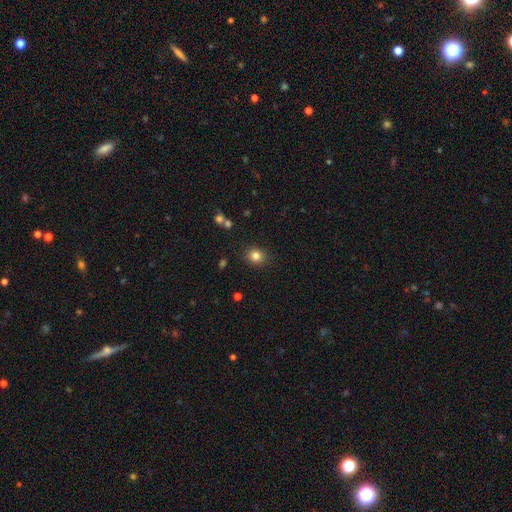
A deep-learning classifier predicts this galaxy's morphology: A smooth galaxy with no disk features (83%) that is round (73%).

Vote fractions:
- Smooth or featured? smooth: 83% / star or artifact: 12% / featured or disk: 6%
- How rounded? round: 73% / in between: 26% / cigar-shaped: 1%
- Merging? none: 88% / minor disturbance: 8% / major disturbance: 2% / merger: 2%